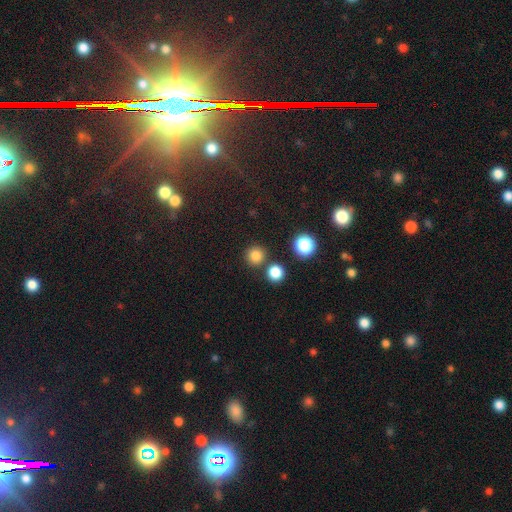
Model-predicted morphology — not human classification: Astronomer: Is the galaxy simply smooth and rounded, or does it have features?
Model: smooth — 80%.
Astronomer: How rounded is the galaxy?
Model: round — 94%.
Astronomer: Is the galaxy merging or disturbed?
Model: none — 83%.